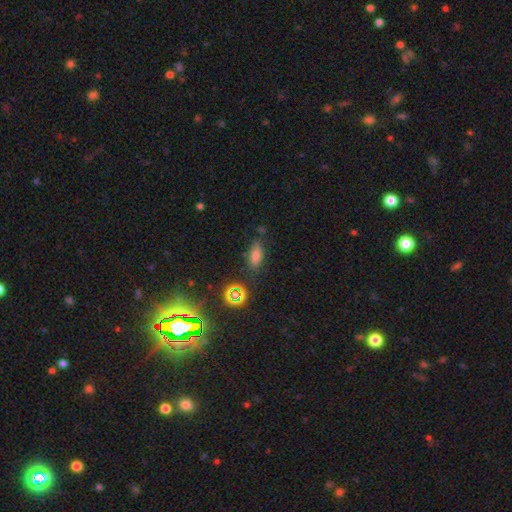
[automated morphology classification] This is likely a smooth galaxy (67%). How rounded: likely in between (72%). Merging: likely none (76%).